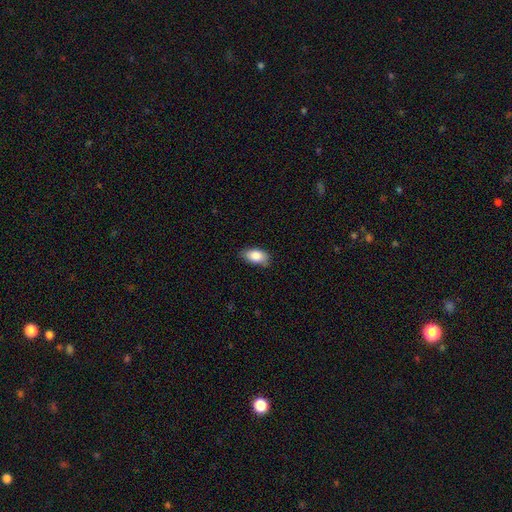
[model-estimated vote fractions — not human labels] smooth 86%, featured or disk 8%, star or artifact 7%. Down the decision tree: how rounded — in between (92%); merging — none (72%).